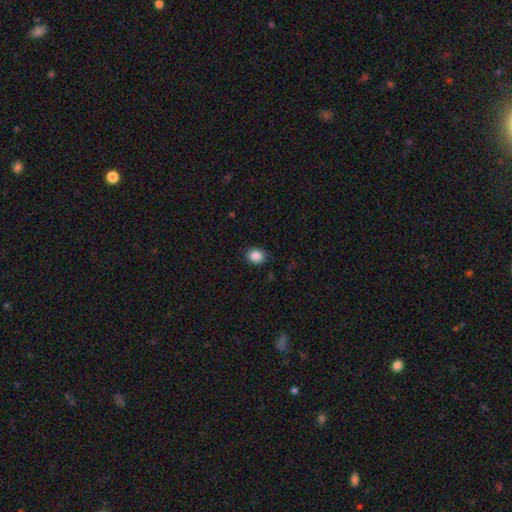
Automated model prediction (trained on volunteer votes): Smooth or featured? smooth (88%)
How rounded? round (54%)
Merging? none (88%)